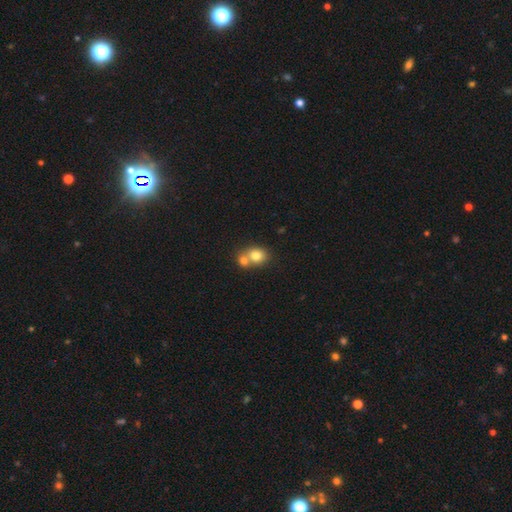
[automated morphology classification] Smooth or featured? Predicted: smooth (p=0.78). How rounded? Predicted: round (p=0.63). Merging? Predicted: merger (p=0.56).